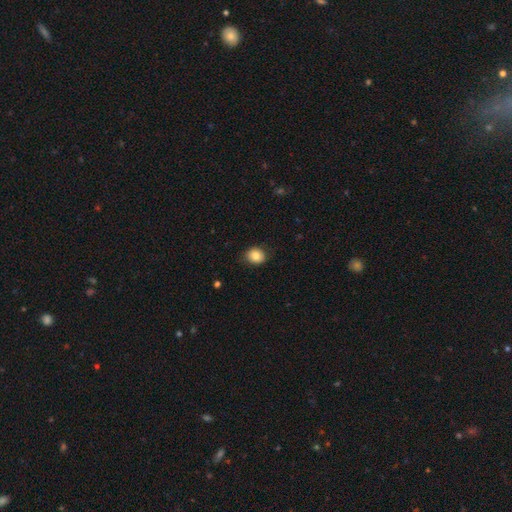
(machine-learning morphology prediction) type=smooth (83%); roundness=round (68%); merging=none (84%).